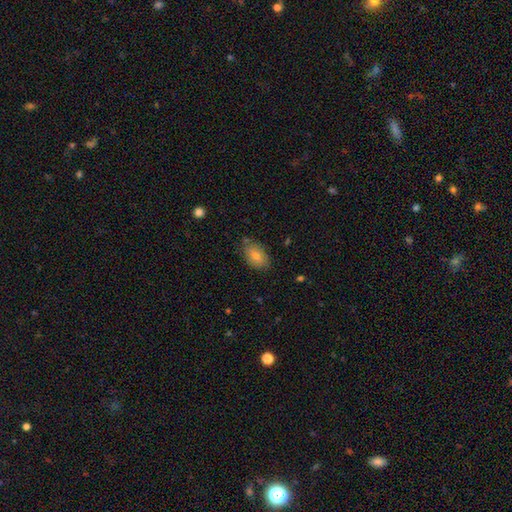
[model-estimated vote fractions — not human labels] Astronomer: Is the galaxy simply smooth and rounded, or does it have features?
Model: smooth — 77%.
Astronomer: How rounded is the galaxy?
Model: in between — 87%.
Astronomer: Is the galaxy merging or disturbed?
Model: none — 79%.